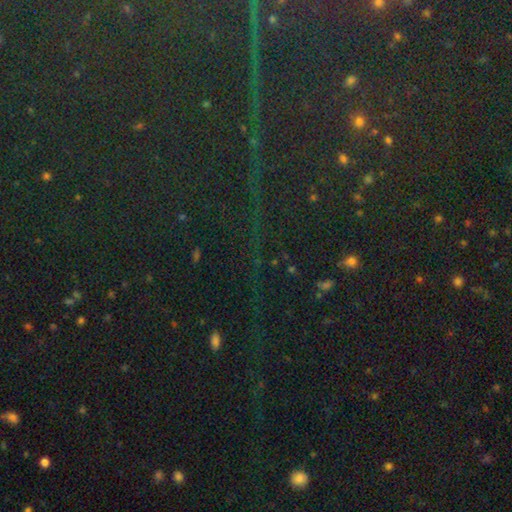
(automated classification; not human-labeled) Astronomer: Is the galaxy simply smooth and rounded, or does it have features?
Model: star or artifact — 84%.